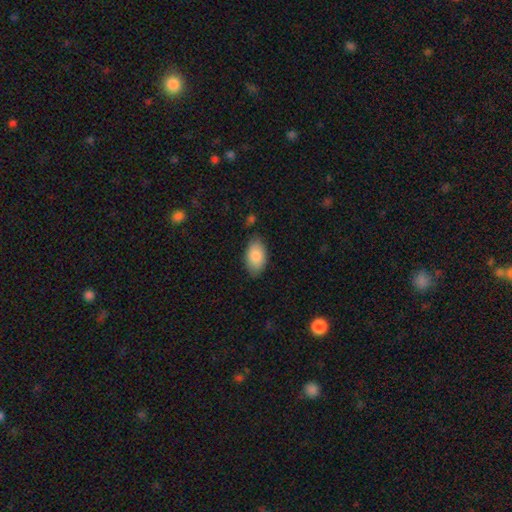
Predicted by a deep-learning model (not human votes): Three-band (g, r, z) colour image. It shows a smooth galaxy with no disk features (84%) that is in between round and cigar-shaped (94%). Merging: none (79%).